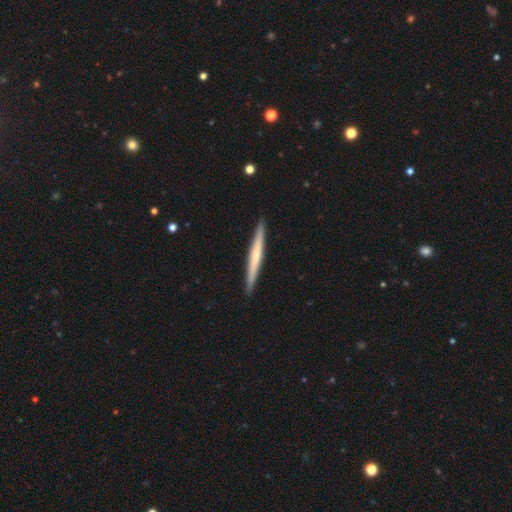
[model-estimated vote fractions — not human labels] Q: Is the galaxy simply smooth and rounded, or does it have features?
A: featured or disk — 50%.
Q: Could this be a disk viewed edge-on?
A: yes — 97%.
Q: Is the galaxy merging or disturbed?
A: none — 92%.